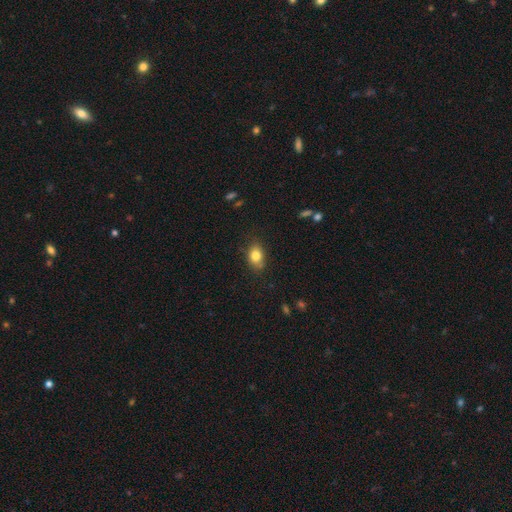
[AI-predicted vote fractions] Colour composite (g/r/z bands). It shows a smooth galaxy with no disk features (82%) that is in between round and cigar-shaped (75%). Merging: none (78%).